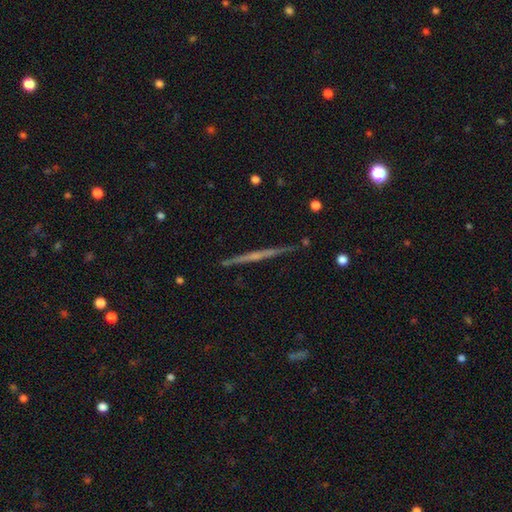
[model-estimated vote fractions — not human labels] Smooth or featured? Predicted: featured or disk (p=0.73). Edge-on disk? Predicted: yes (p=0.98). Edge-on bulge? Predicted: none (p=0.58). Merging? Predicted: none (p=0.91).